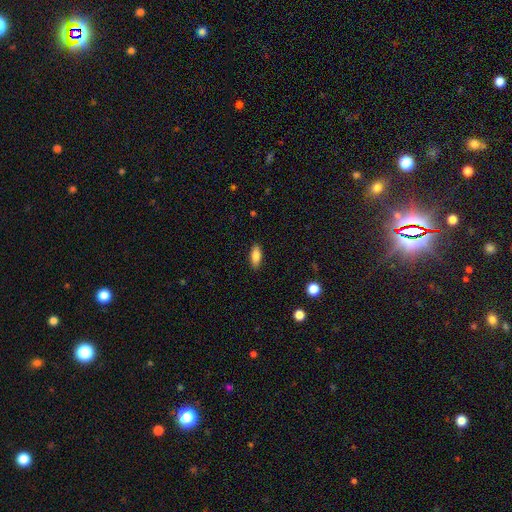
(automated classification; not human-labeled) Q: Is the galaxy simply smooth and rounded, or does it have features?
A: smooth — 84%.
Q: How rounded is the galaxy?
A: in between — 82%.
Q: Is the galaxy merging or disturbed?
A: none — 88%.